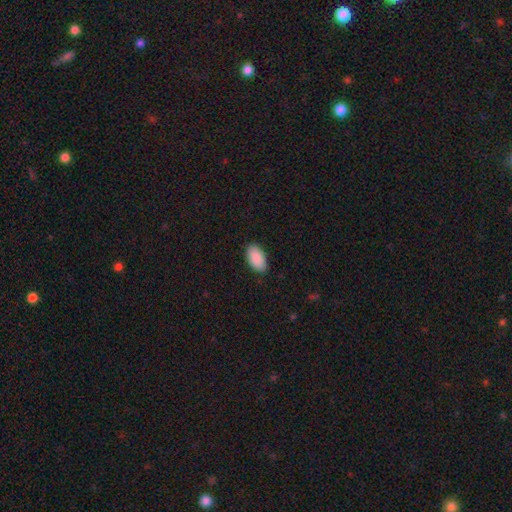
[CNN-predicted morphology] type=smooth (90%); roundness=in between (96%); merging=none (86%).